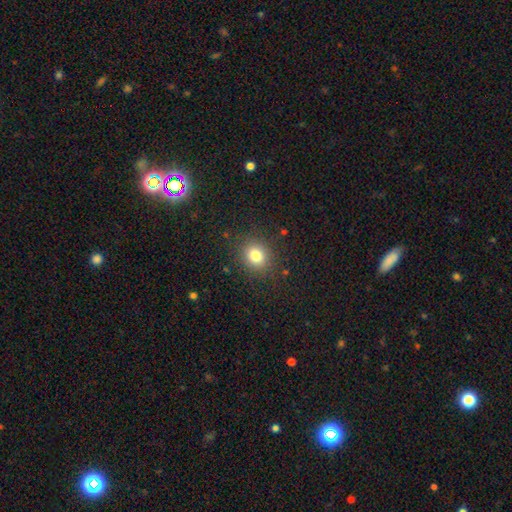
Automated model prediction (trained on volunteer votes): Smooth or featured: smooth — 79% (star or artifact — 13%)
How rounded: round — 75% (in between — 25%)
Merging: none — 87% (minor disturbance — 9%)